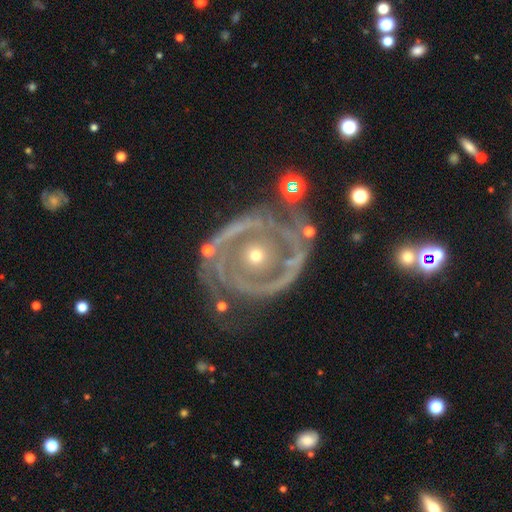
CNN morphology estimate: This is clearly a featured or disk galaxy (86%). It is clearly not viewed edge-on (96%). Bar: likely no (72%). Spiral arm pattern: likely yes (74%). Spiral arm count: possibly 2 (57%). Spiral winding: likely tight (60%). Central bulge: possibly small (51%). Merging: likely none (66%).